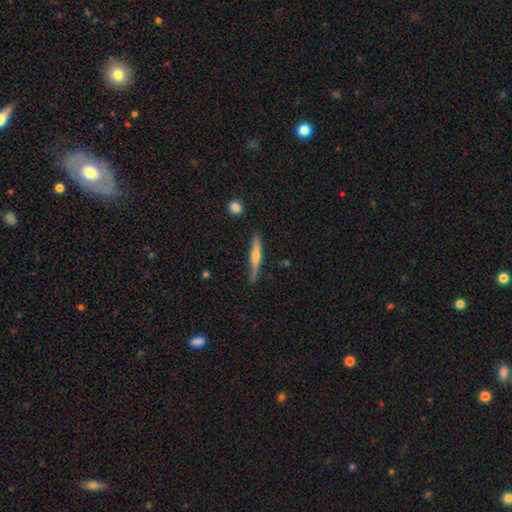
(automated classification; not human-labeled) Smooth or featured: featured or disk — 49% (smooth — 45%)
Merging: none — 81% (minor disturbance — 15%)